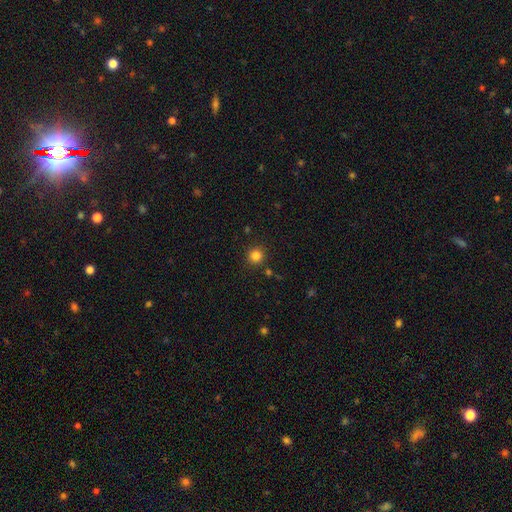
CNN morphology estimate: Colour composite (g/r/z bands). It shows a smooth galaxy with no disk features (83%) that is round (94%). Merging: none (89%).